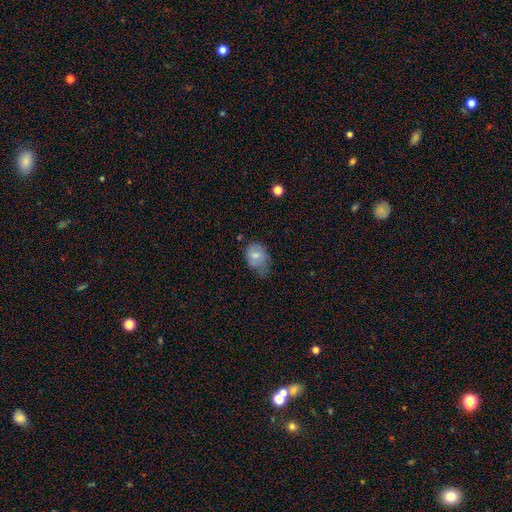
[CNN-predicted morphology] Smooth or featured? smooth (72%)
How rounded? in between (72%)
Merging? minor disturbance (43%)